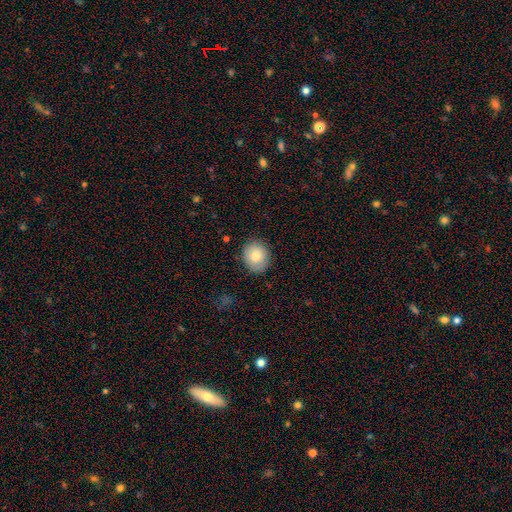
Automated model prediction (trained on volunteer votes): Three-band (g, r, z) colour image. It shows a smooth galaxy with no disk features (81%) that is round (68%). Merging: none (85%).